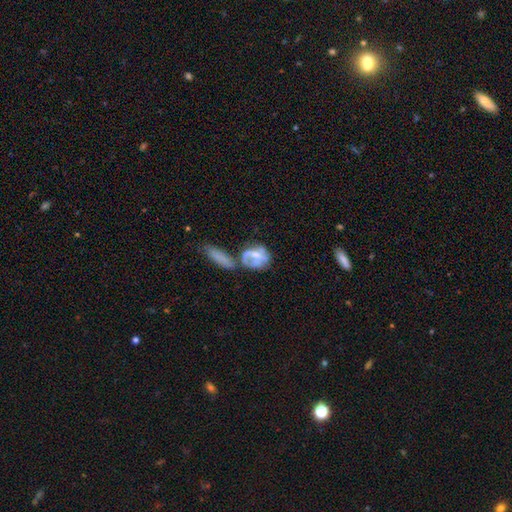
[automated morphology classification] Smooth or featured?
  - featured or disk: 50% *
  - smooth: 42%
  - star or artifact: 7%
Edge-on disk?
  - no: 93% *
  - yes: 7%
Merging?
  - merger: 32% *
  - none: 28%
  - major disturbance: 22%
  - minor disturbance: 19%